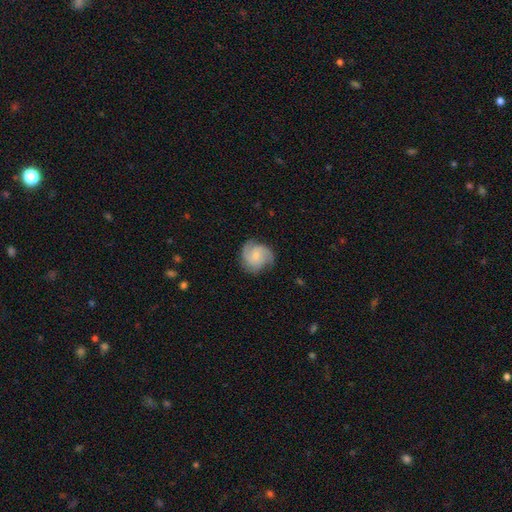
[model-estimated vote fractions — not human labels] A featured or disk galaxy (73%) with no bar (67%), 2 (48%) medium (47%) spiral arms (96%) and a small central bulge (62%).

Vote fractions:
- Smooth or featured? featured or disk: 73% / smooth: 21% / star or artifact: 6%
- Edge-on disk? no: 98% / yes: 2%
- Bar? no: 67% / weak: 28% / strong: 4%
- Spiral arms? yes: 96% / no: 4%
- Spiral winding? medium: 47% / tight: 38% / loose: 15%
- Spiral arm count? 2: 48% / 3: 31% / can't tell: 10% / 4: 4% / 1: 4% / more than 4: 3%
- Bulge size? small: 62% / moderate: 30% / none: 5% / large: 2% / dominant: 1%
- Merging? none: 74% / minor disturbance: 19% / major disturbance: 6% / merger: 1%